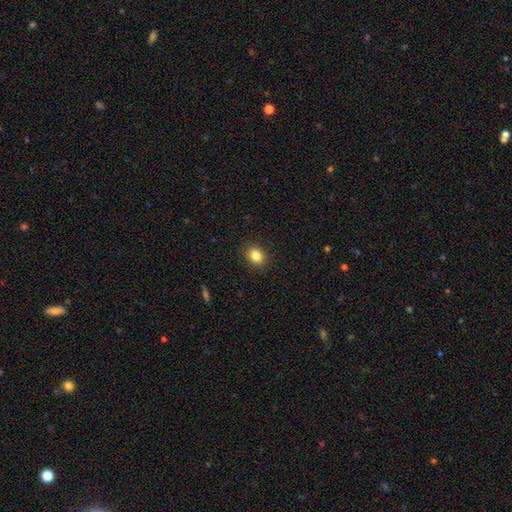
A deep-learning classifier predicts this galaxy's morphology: The model was most divided on "how rounded": round: 54%, in between: 45%, cigar-shaped: 1%. More confident: merging — none (90%); smooth or featured — smooth (84%).